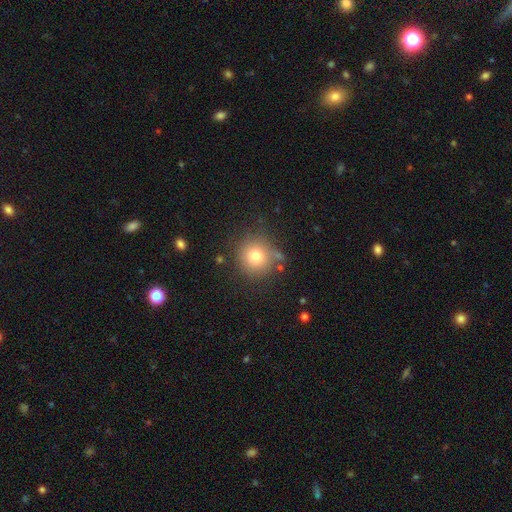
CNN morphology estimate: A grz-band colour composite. It shows a smooth galaxy with no disk features (74%) that is round (93%). Merging: none (78%).